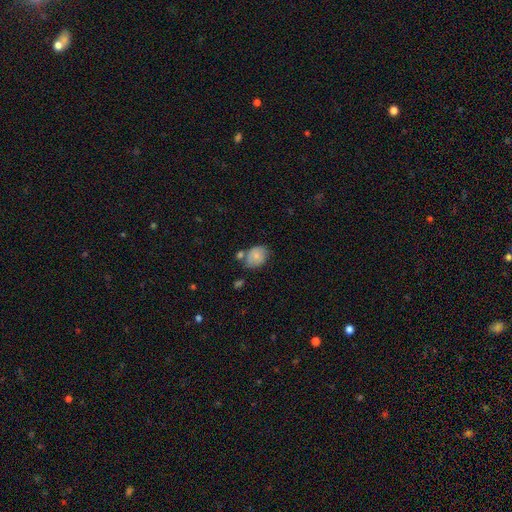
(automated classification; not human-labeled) The model was most divided on "merging": none: 54%, minor disturbance: 24%, merger: 16%, major disturbance: 6%. More confident: smooth or featured — smooth (75%); how rounded — in between (65%).